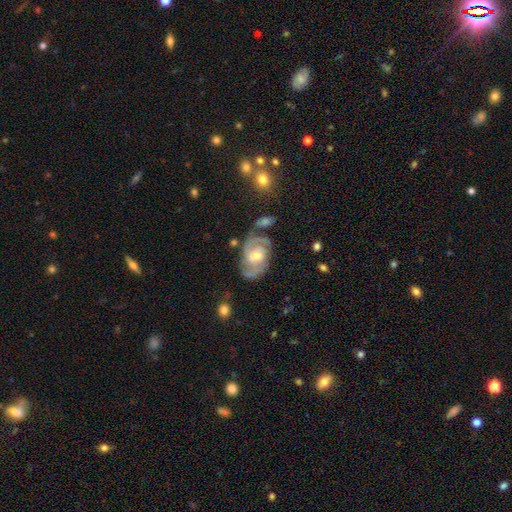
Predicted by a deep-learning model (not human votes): featured or disk 84%, smooth 11%, star or artifact 6%. Down the decision tree: edge-on disk — no (97%); bar — no (46%); spiral arms — yes (95%); spiral arm count — 2 (76%); spiral winding — medium (47%); bulge size — moderate (57%); merging — none (66%).